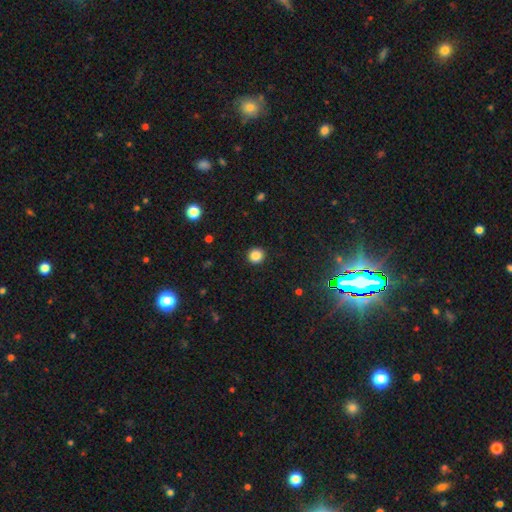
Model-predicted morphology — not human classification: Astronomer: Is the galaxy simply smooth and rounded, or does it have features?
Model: smooth — 86%.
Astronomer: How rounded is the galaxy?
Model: round — 92%.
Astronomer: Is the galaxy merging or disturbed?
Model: none — 92%.